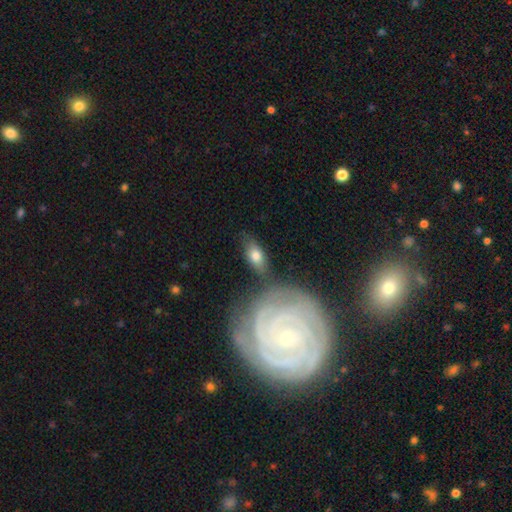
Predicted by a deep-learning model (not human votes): The model was most divided on "smooth or featured": smooth: 71%, featured or disk: 22%, star or artifact: 7%. More confident: how rounded — in between (87%); merging — none (66%).